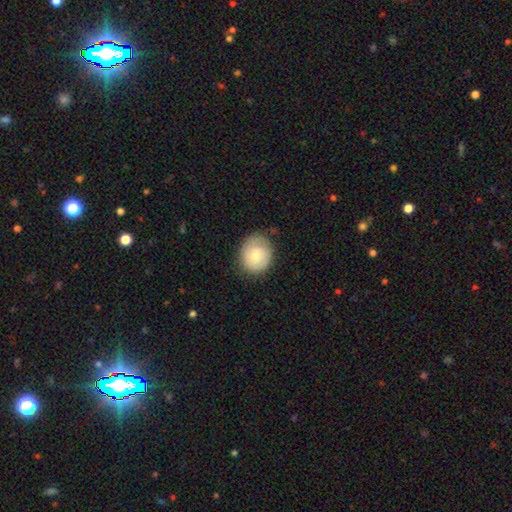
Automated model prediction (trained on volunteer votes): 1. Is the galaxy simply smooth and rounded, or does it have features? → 66% smooth, 27% featured or disk, 6% star or artifact.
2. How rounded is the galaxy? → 67% round, 32% in between, 1% cigar-shaped.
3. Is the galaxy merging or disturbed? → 73% none, 20% minor disturbance, 5% major disturbance, 1% merger.